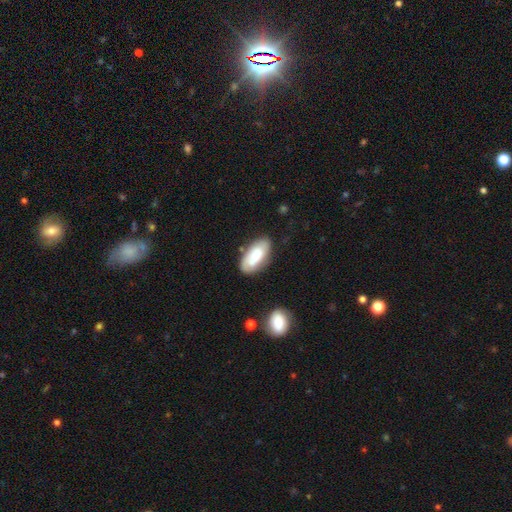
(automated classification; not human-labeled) This is possibly a smooth galaxy (58%). How rounded: clearly in between (91%). Merging: likely none (71%).